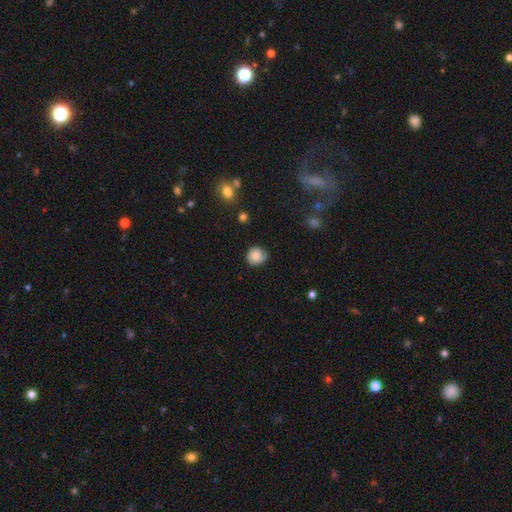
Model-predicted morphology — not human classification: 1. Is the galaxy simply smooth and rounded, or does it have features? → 79% smooth, 13% featured or disk, 8% star or artifact.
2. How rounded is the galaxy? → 78% round, 21% in between, 1% cigar-shaped.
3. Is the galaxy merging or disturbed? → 65% none, 26% minor disturbance, 7% major disturbance, 2% merger.